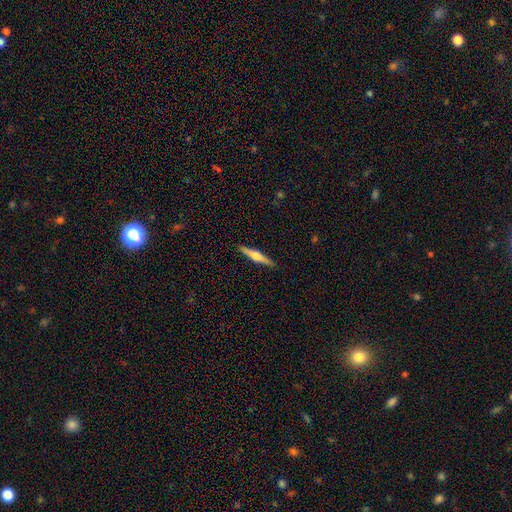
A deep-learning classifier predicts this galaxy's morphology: Smooth or featured: featured or disk — 61% (smooth — 33%)
Edge-on disk: yes — 98% (no — 2%)
Edge-on bulge: rounded — 83% (boxy — 11%)
Merging: none — 91% (minor disturbance — 6%)